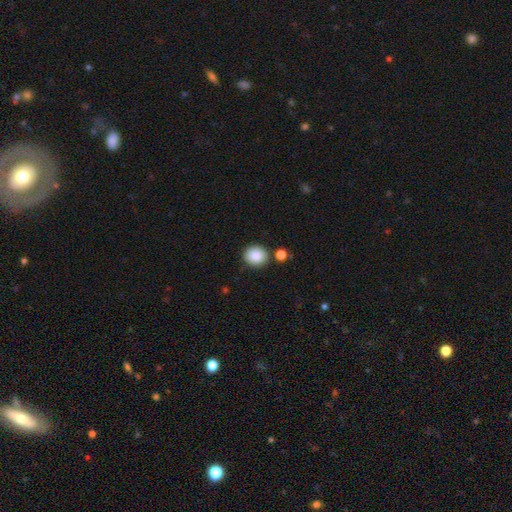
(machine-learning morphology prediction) A smooth galaxy with no disk features (87%) that is round (77%). Merging: none (82%).